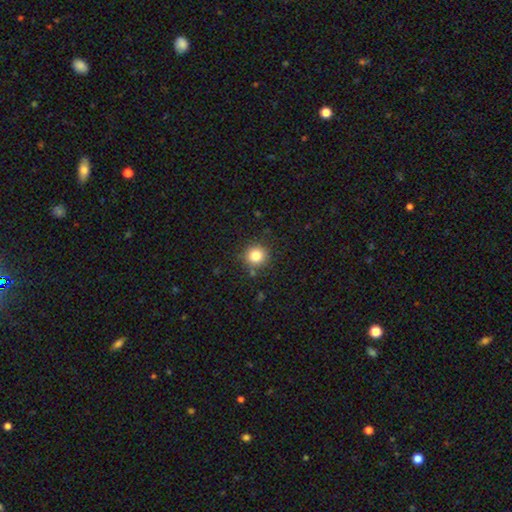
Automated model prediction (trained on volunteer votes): Q: Smooth or featured?
A: smooth (82%); runner-up: star or artifact (12%)
Q: How rounded?
A: round (93%); runner-up: in between (6%)
Q: Merging?
A: none (87%); runner-up: minor disturbance (8%)